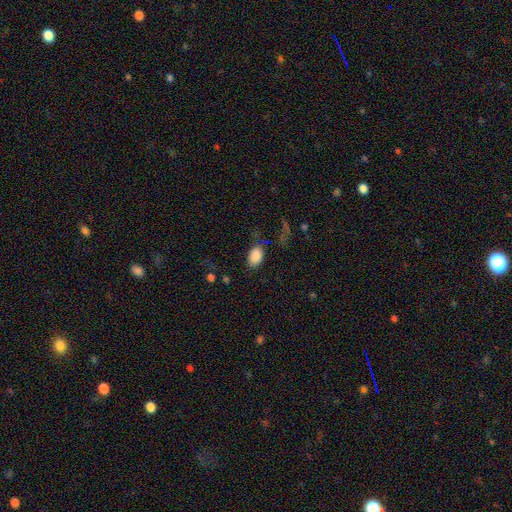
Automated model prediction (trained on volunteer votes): Morphology: type=smooth (87%); roundness=in between (89%); merging=none (73%).